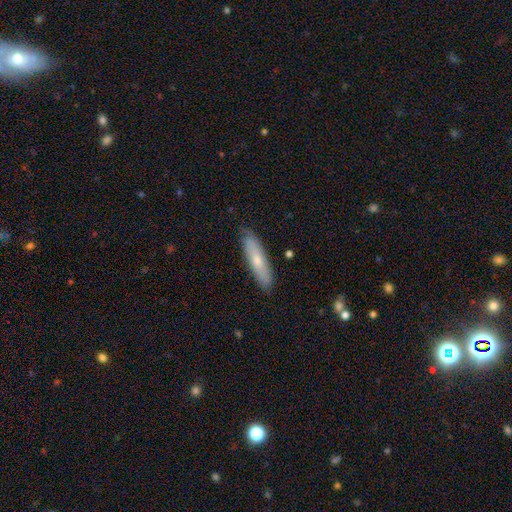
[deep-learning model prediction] Q: Smooth or featured?
A: smooth (58%); runner-up: featured or disk (34%)
Q: How rounded?
A: cigar-shaped (76%); runner-up: in between (22%)
Q: Merging?
A: none (87%); runner-up: minor disturbance (10%)